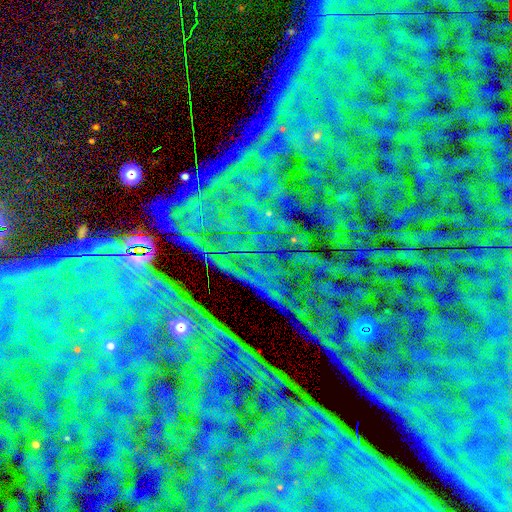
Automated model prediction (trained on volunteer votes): Smooth or featured: star or artifact — 85% (featured or disk — 8%)